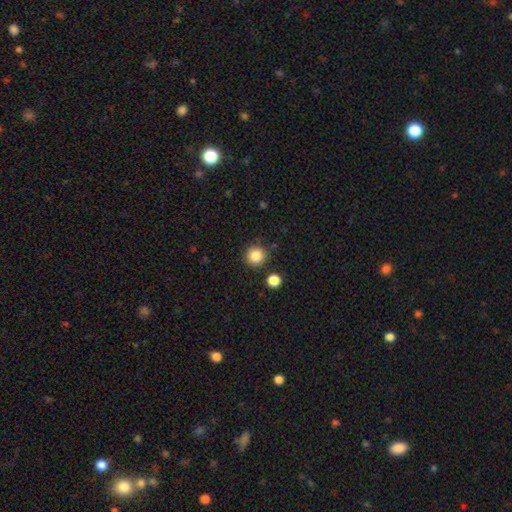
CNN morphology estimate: The model was most divided on "smooth or featured": smooth: 85%, star or artifact: 10%, featured or disk: 5%. More confident: how rounded — round (94%); merging — none (87%).